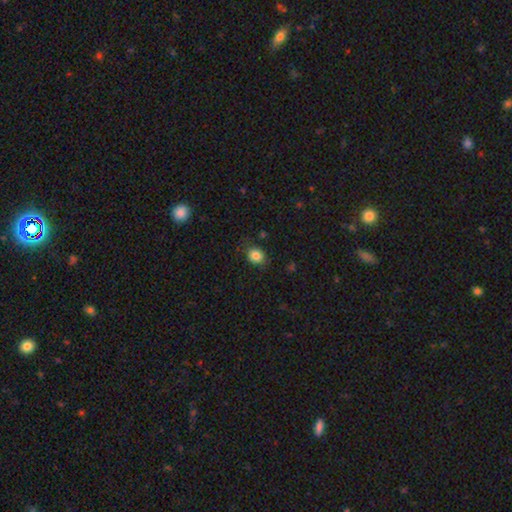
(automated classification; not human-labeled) Morphology: type=smooth (84%); roundness=round (61%); merging=none (80%).